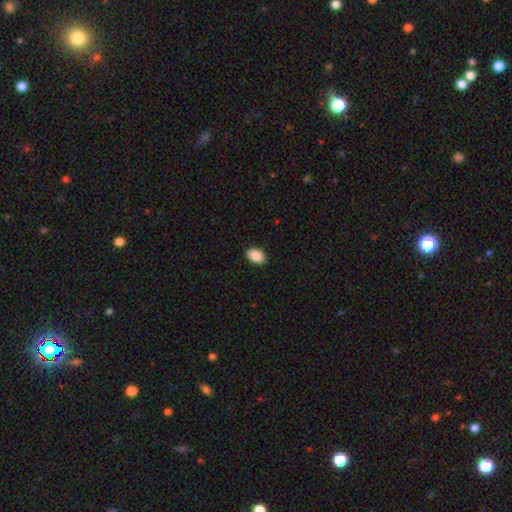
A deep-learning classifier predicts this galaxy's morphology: Overall: smooth (91%). How rounded: in between (91%). Merging: none (90%).